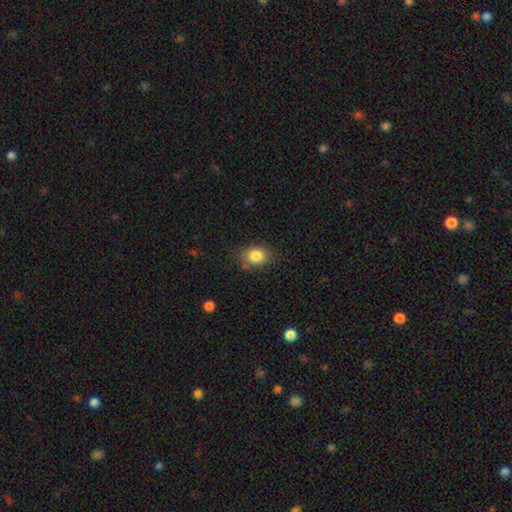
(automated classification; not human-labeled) Smooth or featured?
  - smooth: 85% *
  - star or artifact: 9%
  - featured or disk: 6%
How rounded?
  - in between: 60% *
  - round: 39%
  - cigar-shaped: 1%
Merging?
  - none: 78% *
  - minor disturbance: 15%
  - major disturbance: 4%
  - merger: 3%